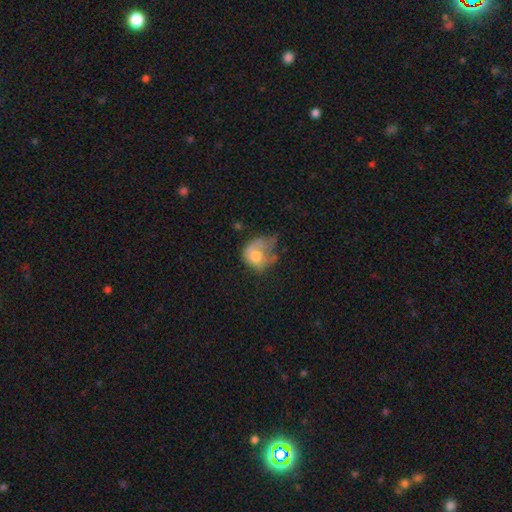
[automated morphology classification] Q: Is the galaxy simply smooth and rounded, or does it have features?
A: smooth — 61%.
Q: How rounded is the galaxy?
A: round — 52%.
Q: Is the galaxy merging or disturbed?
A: major disturbance — 44%.